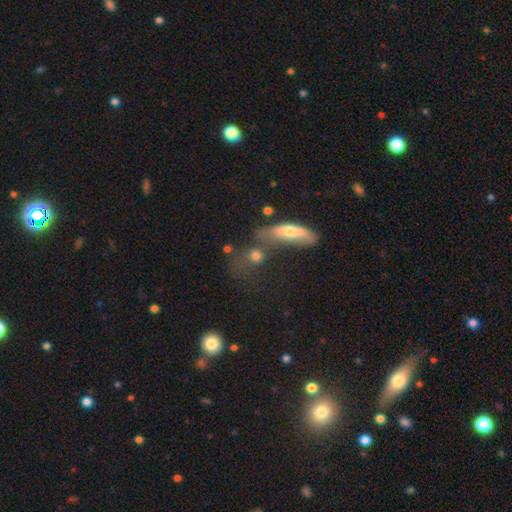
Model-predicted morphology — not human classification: type=smooth (62%); roundness=round (47%); merging=none (38%).